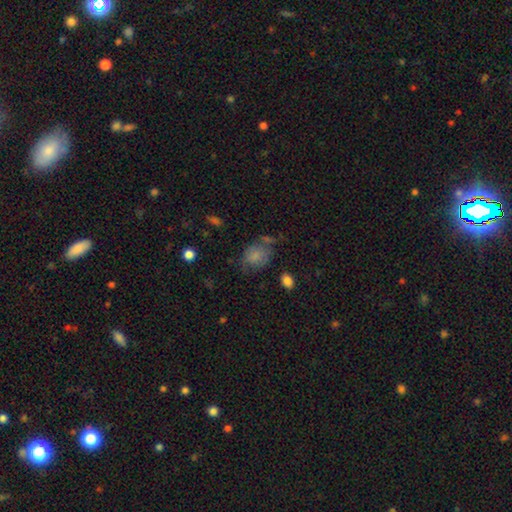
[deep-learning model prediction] Smooth or featured? smooth (78%)
How rounded? in between (56%)
Merging? none (46%)